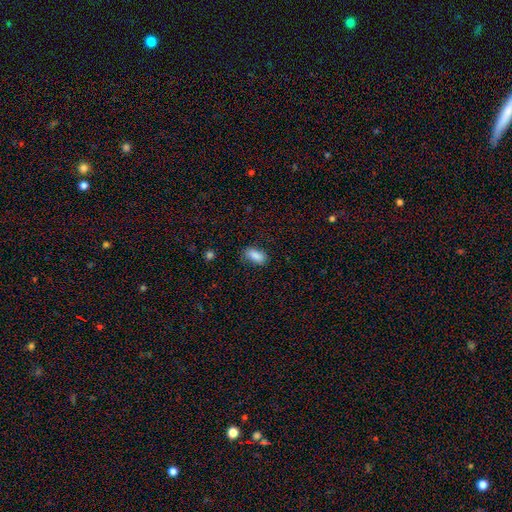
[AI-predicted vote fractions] A smooth galaxy with no disk features (87%) that is in between round and cigar-shaped (90%).

Vote fractions:
- Smooth or featured? smooth: 87% / star or artifact: 7% / featured or disk: 5%
- How rounded? in between: 90% / cigar-shaped: 7% / round: 4%
- Merging? none: 77% / minor disturbance: 17% / major disturbance: 4% / merger: 1%